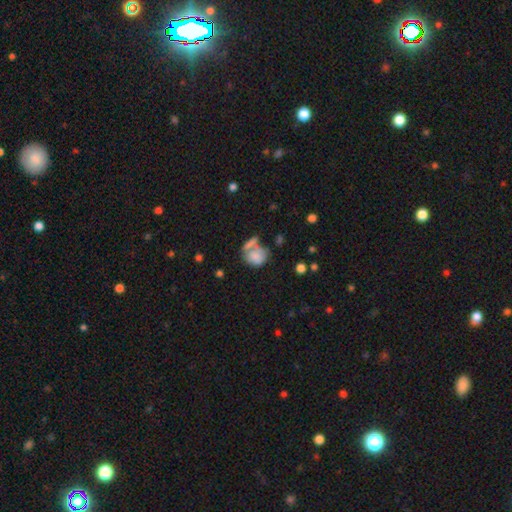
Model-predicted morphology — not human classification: Smooth or featured?
  - smooth: 72% *
  - featured or disk: 19%
  - star or artifact: 9%
How rounded?
  - round: 57% *
  - in between: 41%
  - cigar-shaped: 2%
Merging?
  - merger: 40% *
  - none: 29%
  - minor disturbance: 17%
  - major disturbance: 14%